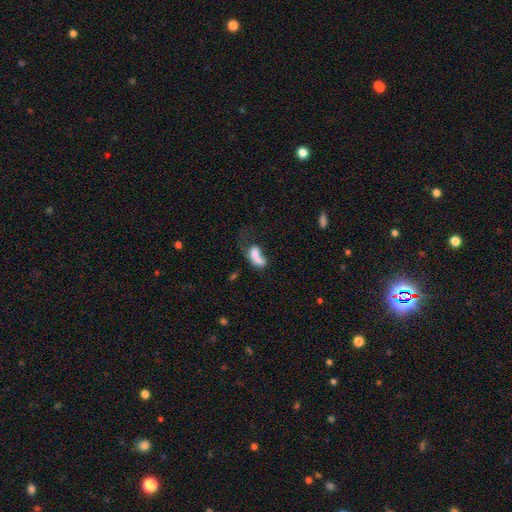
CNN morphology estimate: Smooth or featured? Predicted: smooth (p=0.64). How rounded? Predicted: in between (p=0.83). Merging? Predicted: major disturbance (p=0.34, tied with merger).